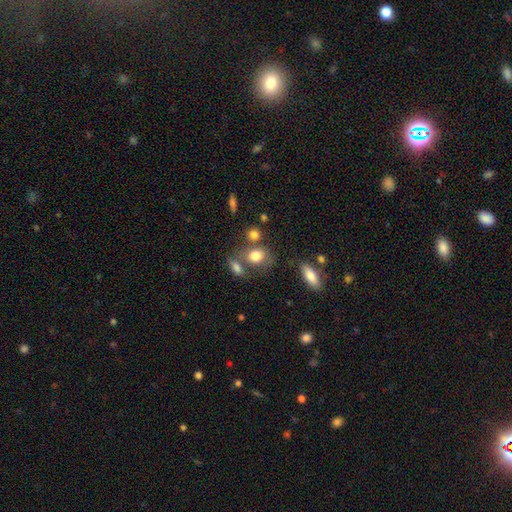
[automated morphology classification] A smooth galaxy with no disk features (79%) that is in between round and cigar-shaped (51%).

Vote fractions:
- Smooth or featured? smooth: 79% / featured or disk: 11% / star or artifact: 10%
- How rounded? in between: 51% / round: 47% / cigar-shaped: 2%
- Merging? none: 50% / merger: 25% / minor disturbance: 17% / major disturbance: 8%